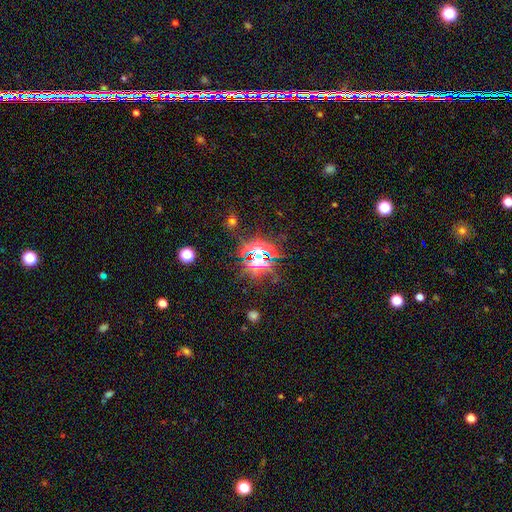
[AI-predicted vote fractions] This appears to be a star or artifact, not a galaxy (77%).